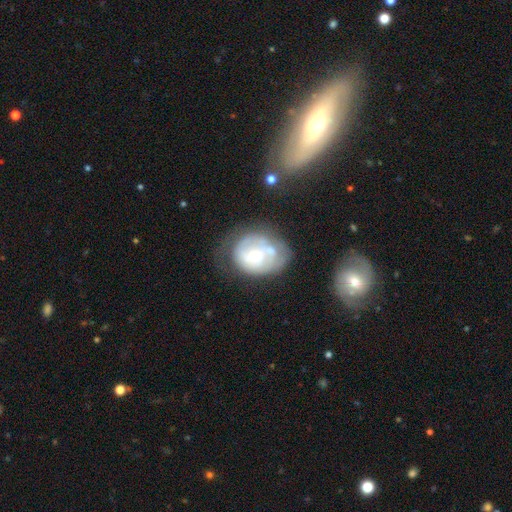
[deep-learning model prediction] The model was most divided on "bulge size": small: 47%, moderate: 46%, large: 4%, none: 2%, dominant: 1%. Remaining: edge-on disk — no (97%); bar — no (75%); smooth or featured — featured or disk (61%); spiral arms — yes (52%); merging — none (36%).